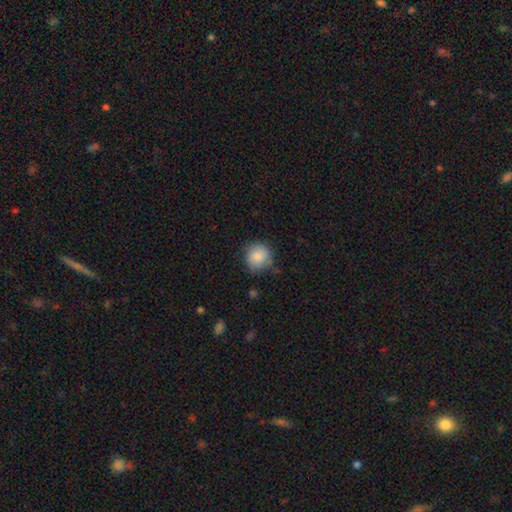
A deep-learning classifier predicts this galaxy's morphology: A smooth galaxy with no disk features (84%) that is round (89%).

Vote fractions:
- Smooth or featured? smooth: 84% / star or artifact: 9% / featured or disk: 7%
- How rounded? round: 89% / in between: 10% / cigar-shaped: 1%
- Merging? none: 78% / minor disturbance: 17% / major disturbance: 3% / merger: 2%